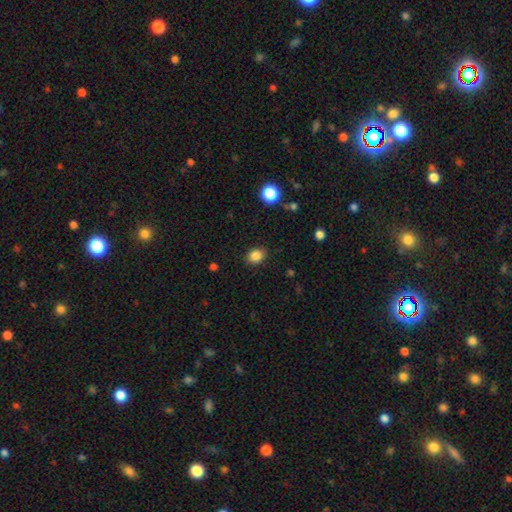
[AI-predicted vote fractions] The model was most divided on "how rounded": round: 53%, in between: 46%, cigar-shaped: 1%. More confident: merging — none (87%); smooth or featured — smooth (85%).